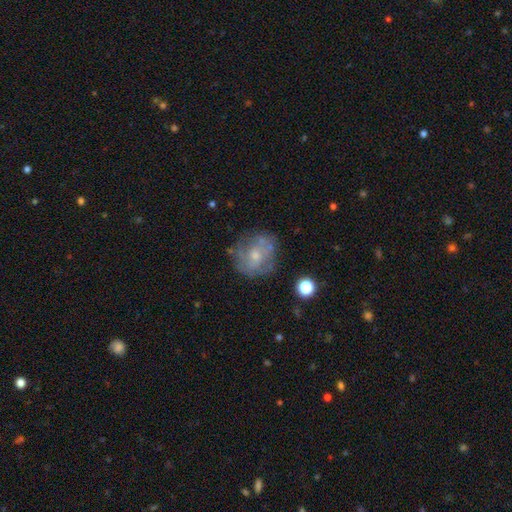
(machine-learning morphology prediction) Smooth or featured? Predicted: featured or disk (p=0.54). Edge-on disk? Predicted: no (p=0.97). Bar? Predicted: no (p=0.79). Spiral arms? Predicted: no (p=0.52). Bulge size? Predicted: small (p=0.55). Merging? Predicted: none (p=0.62).